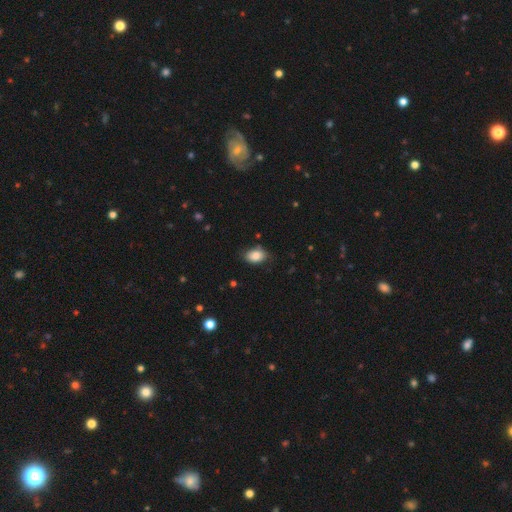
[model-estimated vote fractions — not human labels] Smooth or featured? Predicted: smooth (p=0.85). How rounded? Predicted: in between (p=0.85). Merging? Predicted: none (p=0.76).